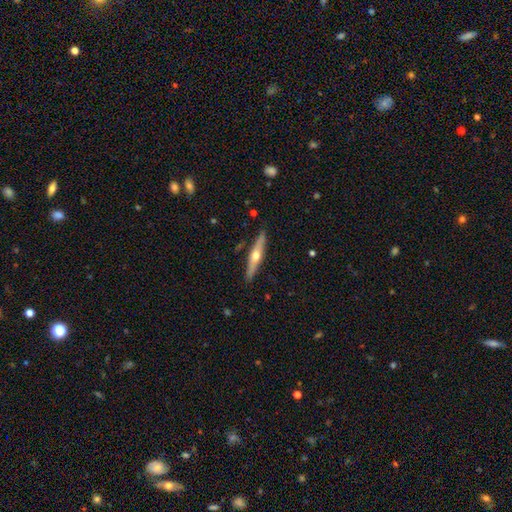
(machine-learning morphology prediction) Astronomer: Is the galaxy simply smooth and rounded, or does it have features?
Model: featured or disk — 67%.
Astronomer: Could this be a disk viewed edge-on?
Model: yes — 95%.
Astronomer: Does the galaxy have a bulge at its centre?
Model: rounded — 93%.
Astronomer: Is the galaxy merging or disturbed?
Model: none — 90%.